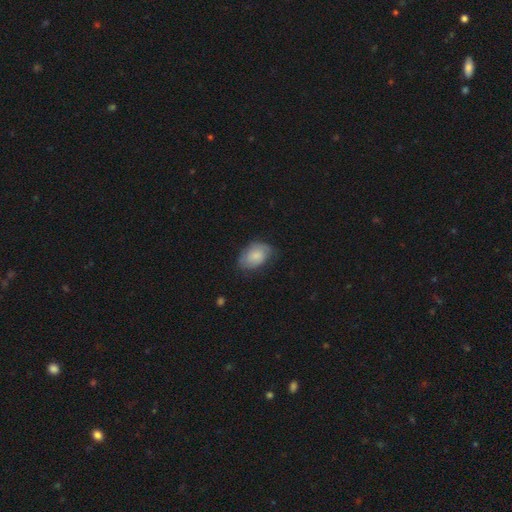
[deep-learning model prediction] Morphology: type=smooth (69%); roundness=in between (85%); merging=none (62%).